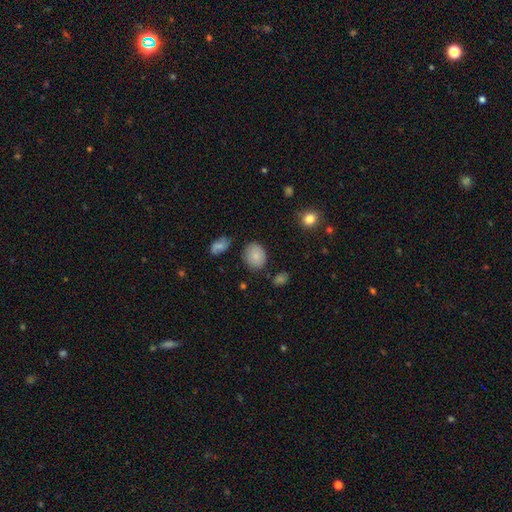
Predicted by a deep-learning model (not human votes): Smooth or featured?
  - smooth: 83% *
  - star or artifact: 9%
  - featured or disk: 8%
How rounded?
  - in between: 51% *
  - round: 48%
  - cigar-shaped: 1%
Merging?
  - none: 78% *
  - minor disturbance: 15%
  - major disturbance: 3%
  - merger: 3%